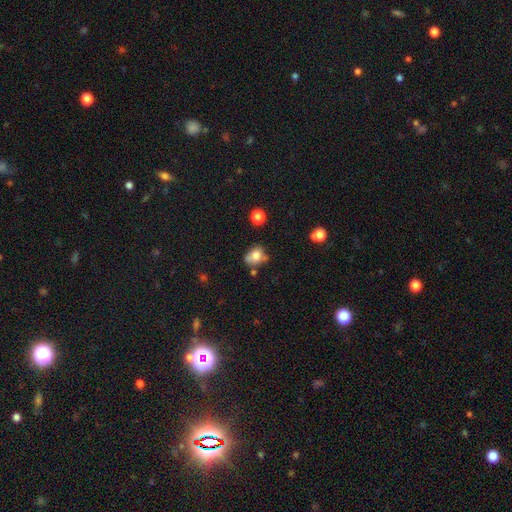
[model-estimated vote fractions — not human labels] smooth-or-featured: smooth: 72% | featured or disk: 17% | star or artifact: 11%
  how-rounded: in between: 53% | round: 46% | cigar-shaped: 1%
  merging: none: 49% | minor disturbance: 27% | merger: 14% | major disturbance: 10%